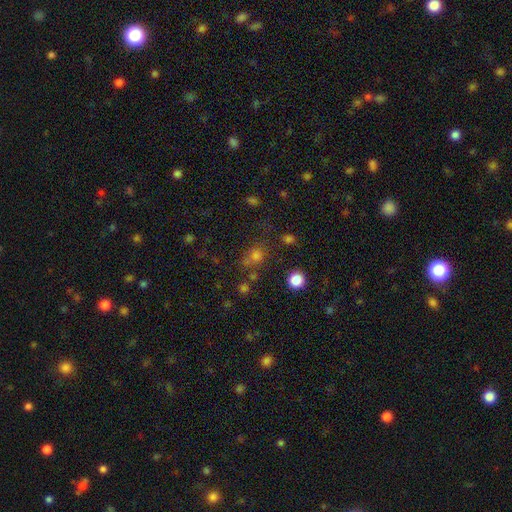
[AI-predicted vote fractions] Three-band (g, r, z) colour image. It shows a smooth galaxy with no disk features (65%) that is round (77%). Merging: none (65%).